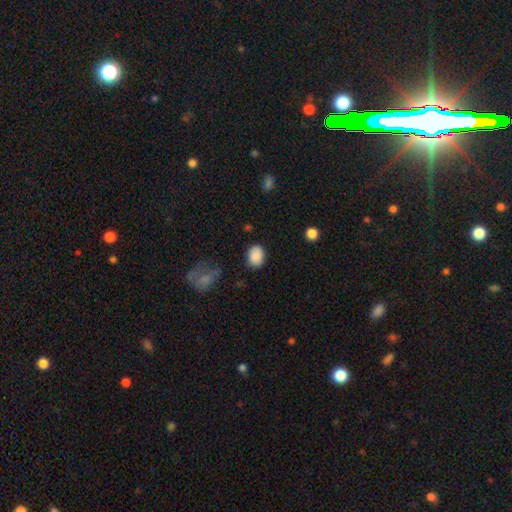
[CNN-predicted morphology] smooth 86%, star or artifact 8%, featured or disk 6%. Down the decision tree: how rounded — in between (61%); merging — none (79%).